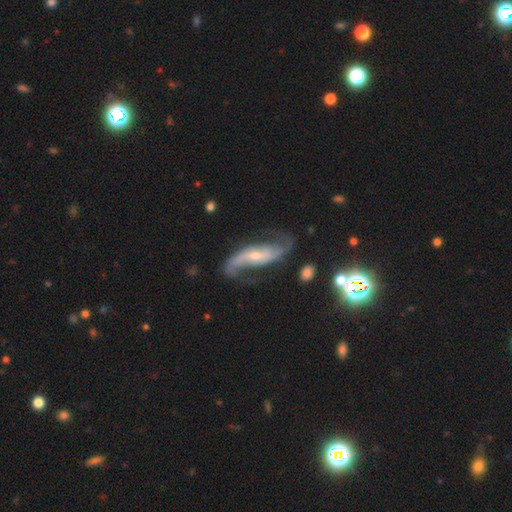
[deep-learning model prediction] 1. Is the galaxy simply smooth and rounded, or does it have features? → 86% featured or disk, 7% smooth, 7% star or artifact.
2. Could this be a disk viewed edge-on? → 92% no, 8% yes.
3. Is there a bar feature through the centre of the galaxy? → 44% no, 32% weak, 23% strong.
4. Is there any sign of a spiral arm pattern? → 96% yes, 4% no.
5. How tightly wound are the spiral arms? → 71% loose, 22% medium, 7% tight.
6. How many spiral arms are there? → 91% 2, 3% can't tell, 2% 1, 1% 3, 1% 4, 1% more than 4.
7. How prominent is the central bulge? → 64% small, 30% moderate, 3% none, 2% large, 1% dominant.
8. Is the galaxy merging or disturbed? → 66% none, 19% minor disturbance, 12% major disturbance, 3% merger.